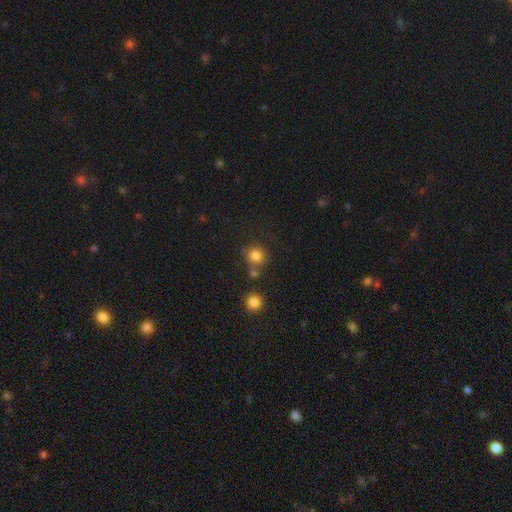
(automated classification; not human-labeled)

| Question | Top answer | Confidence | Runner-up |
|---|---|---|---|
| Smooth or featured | smooth | 81% | star or artifact (13%) |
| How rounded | round | 90% | in between (9%) |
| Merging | none | 70% | merger (16%) |